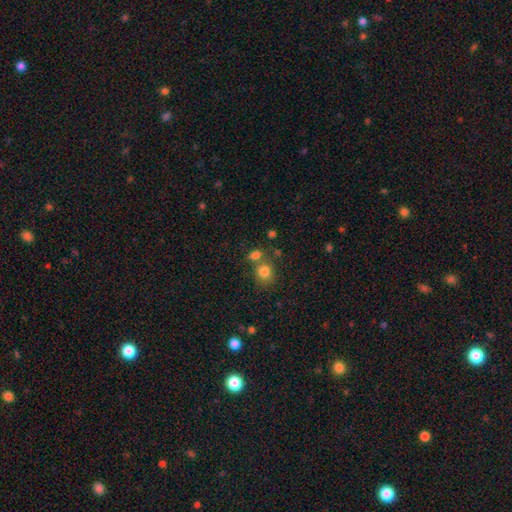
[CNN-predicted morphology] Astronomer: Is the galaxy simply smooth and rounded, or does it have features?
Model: smooth — 78%.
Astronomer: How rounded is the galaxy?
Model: round — 56% (runner-up: in between, 43%).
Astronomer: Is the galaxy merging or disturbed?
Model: none — 53% (runner-up: merger, 32%).